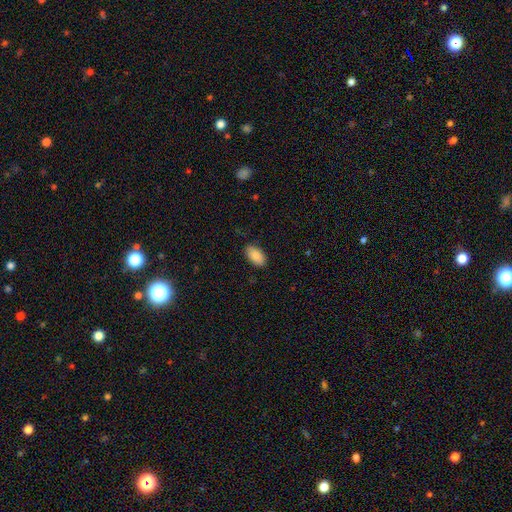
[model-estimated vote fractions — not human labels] Smooth or featured?
  - smooth: 88% *
  - star or artifact: 7%
  - featured or disk: 6%
How rounded?
  - in between: 95% *
  - round: 3%
  - cigar-shaped: 2%
Merging?
  - none: 86% *
  - minor disturbance: 11%
  - major disturbance: 2%
  - merger: 1%